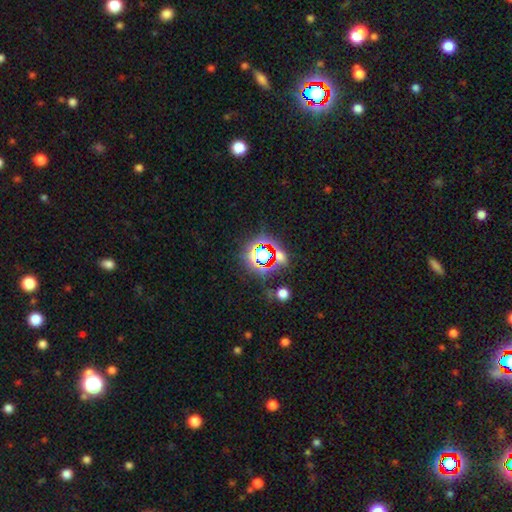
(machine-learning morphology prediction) Smooth or featured? star or artifact (72%)